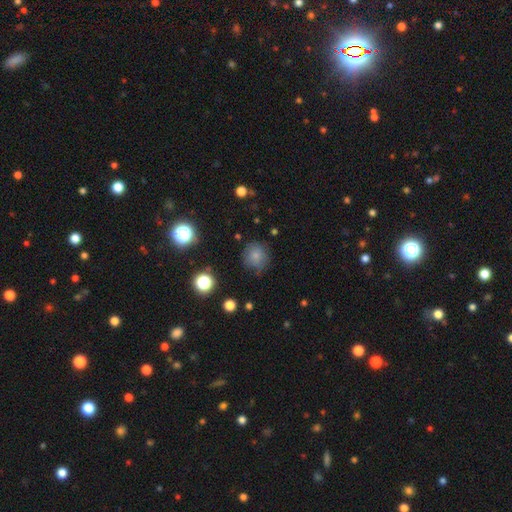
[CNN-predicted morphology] Smooth or featured? Predicted: smooth (p=0.77). How rounded? Predicted: round (p=0.90). Merging? Predicted: none (p=0.73).